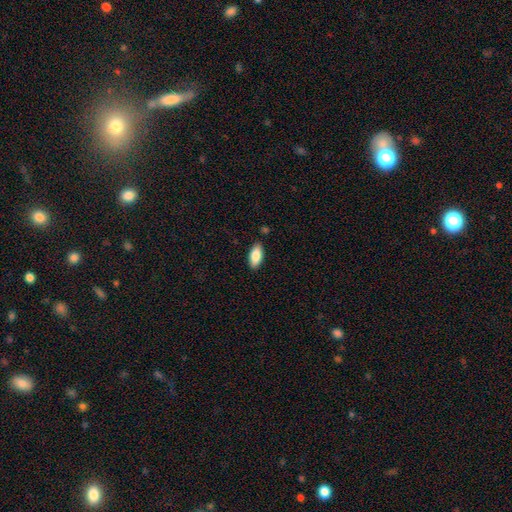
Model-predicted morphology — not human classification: smooth-or-featured: smooth: 84% | featured or disk: 10% | star or artifact: 6%
  how-rounded: in between: 88% | cigar-shaped: 9% | round: 2%
  merging: none: 87% | minor disturbance: 9% | major disturbance: 2% | merger: 2%